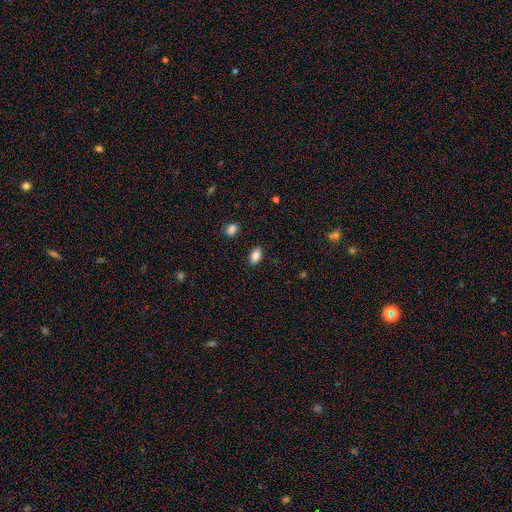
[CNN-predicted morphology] A smooth galaxy with no disk features (84%) that is in between round and cigar-shaped (90%).

Vote fractions:
- Smooth or featured? smooth: 84% / star or artifact: 9% / featured or disk: 7%
- How rounded? in between: 90% / round: 7% / cigar-shaped: 3%
- Merging? none: 87% / minor disturbance: 9% / major disturbance: 2% / merger: 1%